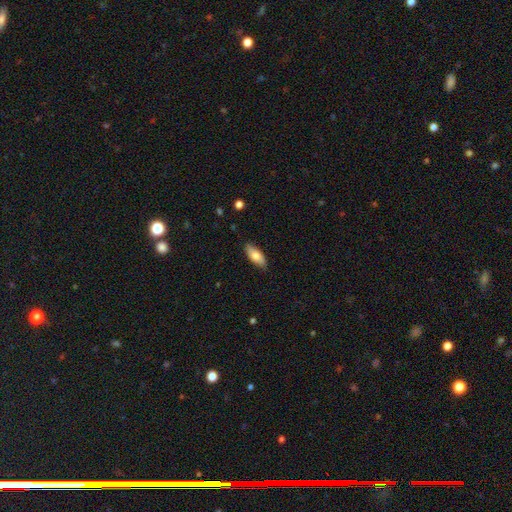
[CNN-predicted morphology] A smooth galaxy with no disk features (78%) that is in between round and cigar-shaped (81%).

Vote fractions:
- Smooth or featured? smooth: 78% / featured or disk: 16% / star or artifact: 6%
- How rounded? in between: 81% / cigar-shaped: 17% / round: 2%
- Merging? none: 84% / minor disturbance: 12% / major disturbance: 2% / merger: 1%